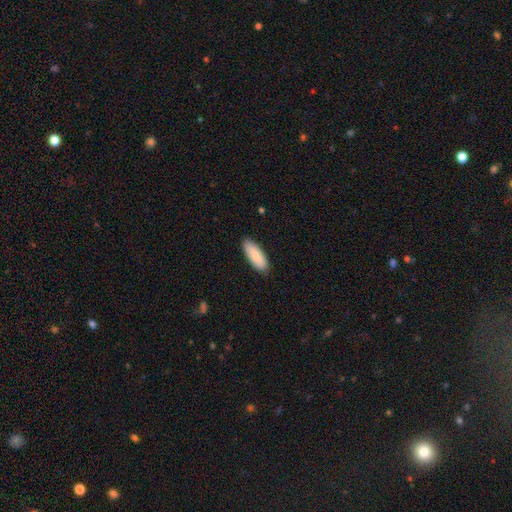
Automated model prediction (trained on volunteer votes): Overall: smooth (88%). How rounded: in between (67%; cigar-shaped 31%). Merging: none (88%).